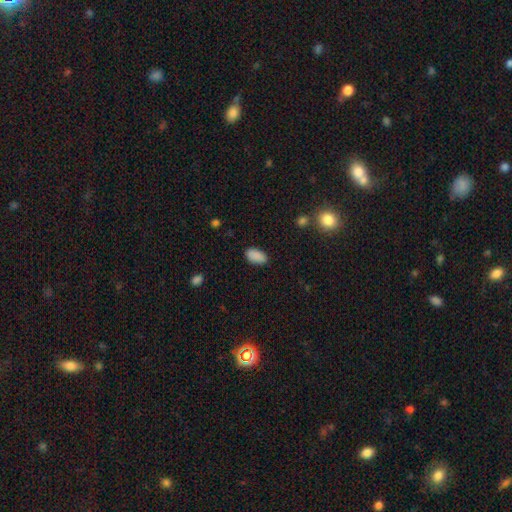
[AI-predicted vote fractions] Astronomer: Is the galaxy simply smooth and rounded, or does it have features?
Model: smooth — 88%.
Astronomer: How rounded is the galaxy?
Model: in between — 94%.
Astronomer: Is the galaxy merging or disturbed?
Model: none — 85%.